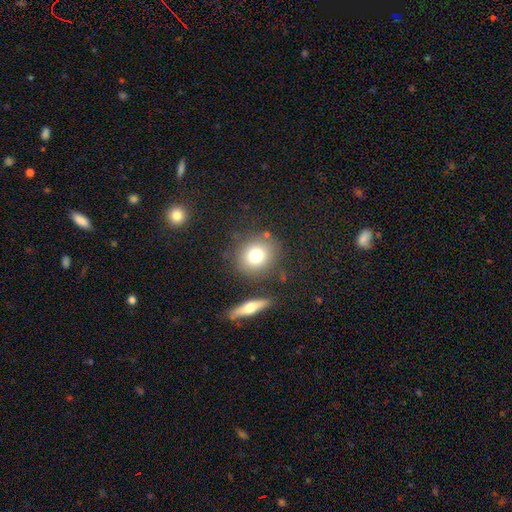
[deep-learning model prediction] This is likely a smooth galaxy (76%). How rounded: clearly round (80%). Merging: likely none (78%).